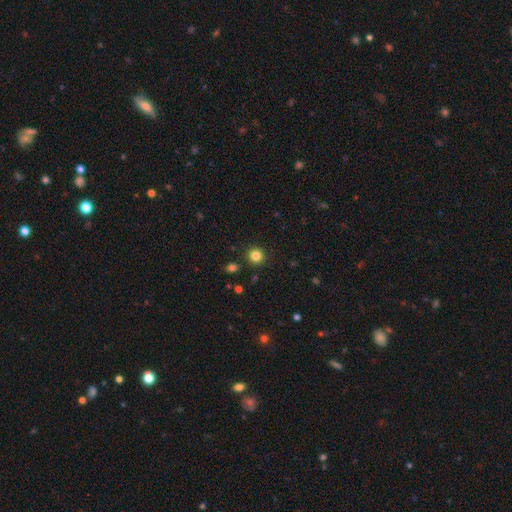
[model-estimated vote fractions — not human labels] Morphology: type=smooth (82%); roundness=round (93%); merging=none (90%).